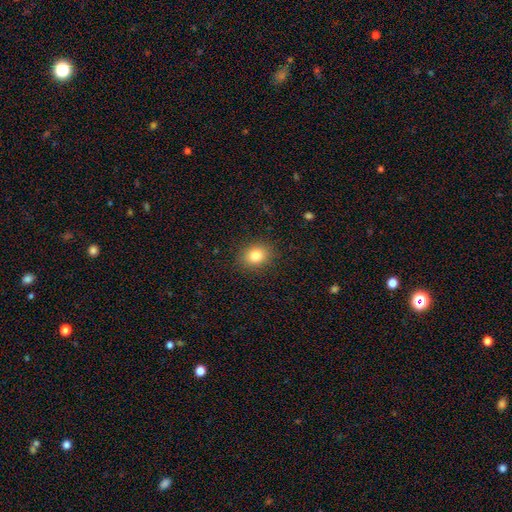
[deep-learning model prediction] The model was most divided on "how rounded": in between: 50%, round: 49%, cigar-shaped: 1%. More confident: merging — none (88%); smooth or featured — smooth (82%).